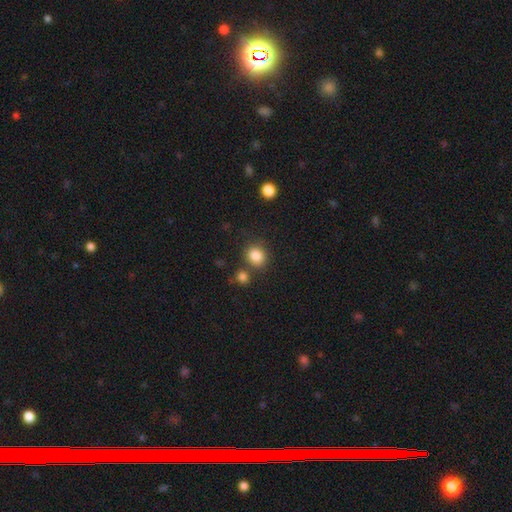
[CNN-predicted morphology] smooth_or_featured: smooth (p=0.84) [alt: star or artifact p=0.11]
how_rounded: round (p=0.78) [alt: in between p=0.21]
merging: none (p=0.74) [alt: merger p=0.11]